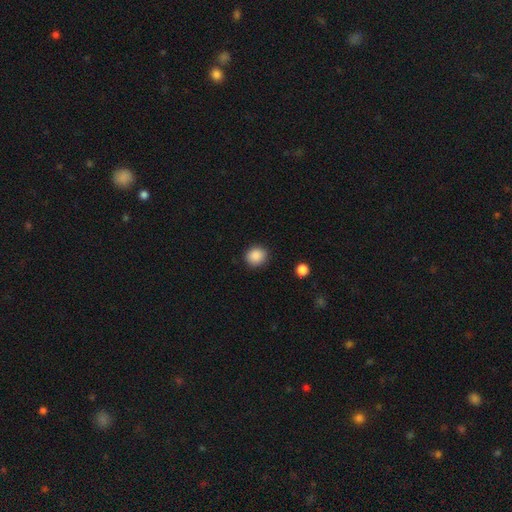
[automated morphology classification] A smooth galaxy with no disk features (88%) that is round (79%). Merging: none (88%).